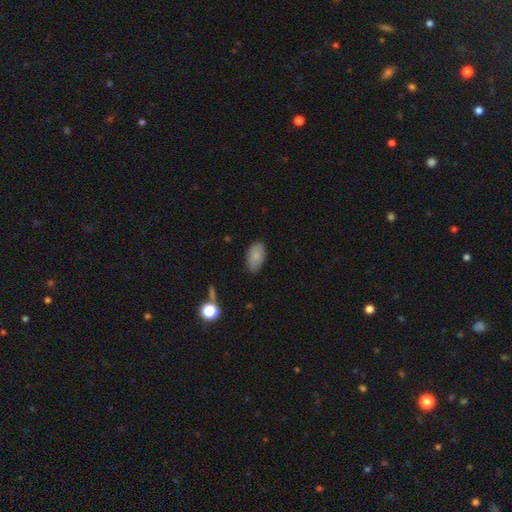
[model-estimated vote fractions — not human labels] smooth-or-featured: smooth: 84% | featured or disk: 8% | star or artifact: 7%
  how-rounded: in between: 94% | round: 4% | cigar-shaped: 2%
  merging: none: 80% | minor disturbance: 16% | major disturbance: 3% | merger: 1%